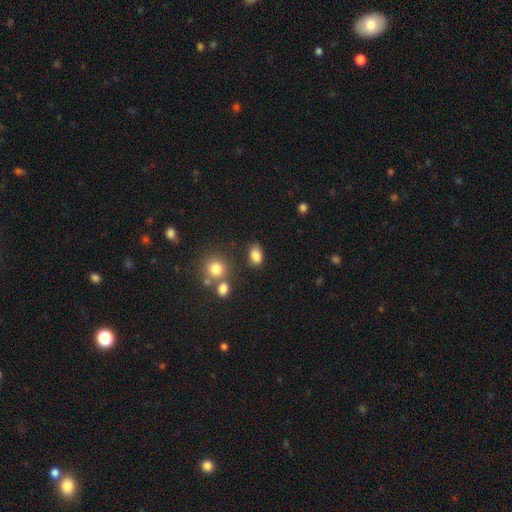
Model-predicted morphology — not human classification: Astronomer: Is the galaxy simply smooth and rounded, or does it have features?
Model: smooth — 84%.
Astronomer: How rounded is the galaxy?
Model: in between — 81%.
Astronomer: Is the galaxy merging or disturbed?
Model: none — 75%.